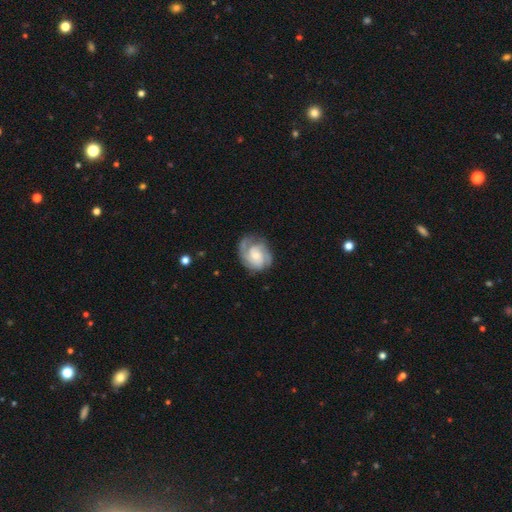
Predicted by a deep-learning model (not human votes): smooth-or-featured: featured or disk: 84% | smooth: 11% | star or artifact: 5%
  disk-edge-on: no: 98% | yes: 2%
    bar: no: 65% | weak: 30% | strong: 5%
    has-spiral-arms: yes: 97% | no: 3%
      spiral-winding: tight: 59% | medium: 34% | loose: 7%
      spiral-arm-count: 3: 35% | 2: 31% | can't tell: 17% | 4: 7% | 1: 5% | more than 4: 5%
    bulge-size: small: 46% | moderate: 44% | large: 5% | none: 4% | dominant: 1%
  merging: none: 73% | minor disturbance: 18% | major disturbance: 7% | merger: 1%